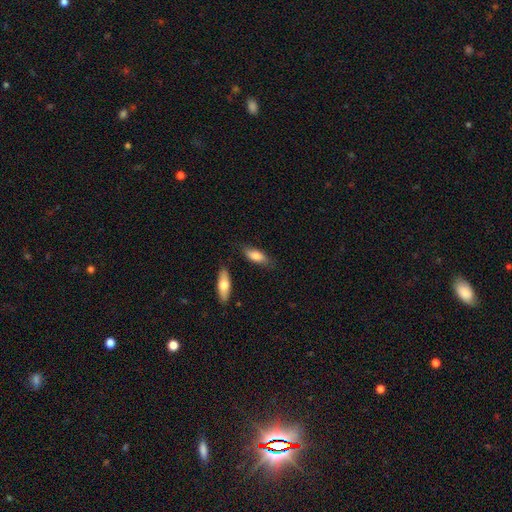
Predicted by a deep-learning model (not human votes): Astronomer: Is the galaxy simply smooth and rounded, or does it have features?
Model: smooth — 78%.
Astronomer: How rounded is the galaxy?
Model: in between — 70%.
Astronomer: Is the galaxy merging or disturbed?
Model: none — 76%.